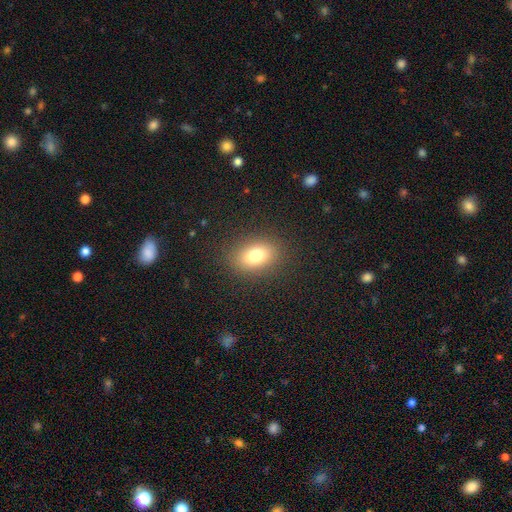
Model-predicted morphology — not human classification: Q: Smooth or featured?
A: smooth (78%); runner-up: star or artifact (12%)
Q: How rounded?
A: in between (74%); runner-up: round (24%)
Q: Merging?
A: none (87%); runner-up: minor disturbance (8%)